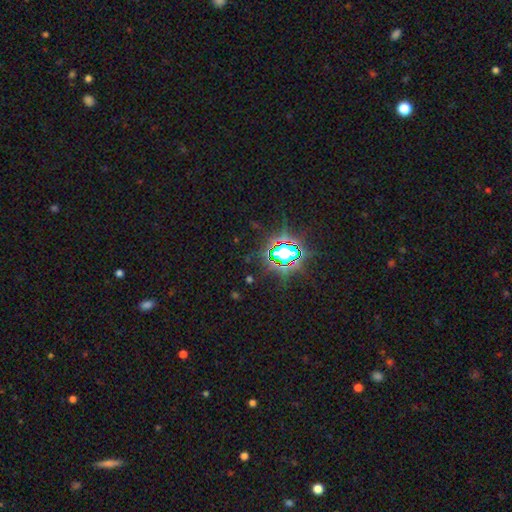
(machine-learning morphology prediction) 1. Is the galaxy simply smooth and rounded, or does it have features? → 80% star or artifact, 12% smooth, 8% featured or disk.